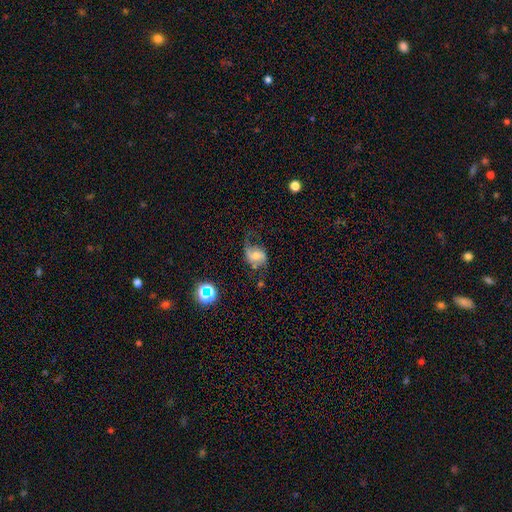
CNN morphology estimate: featured or disk 56%, smooth 32%, star or artifact 12%. Down the decision tree: edge-on disk — no (96%); bar — no (57%); spiral arms — yes (85%); bulge size — moderate (57%); merging — none (44%).